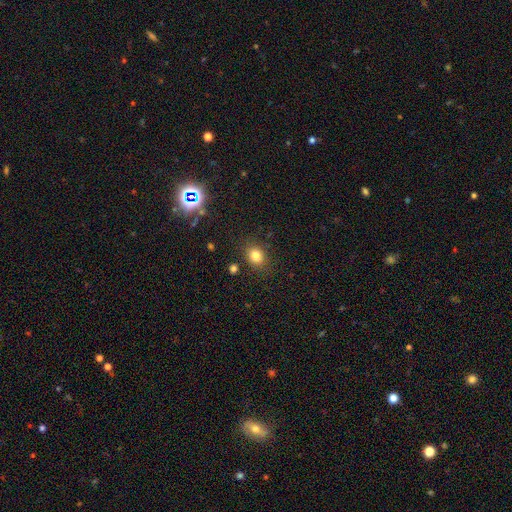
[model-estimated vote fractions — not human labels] A smooth galaxy with no disk features (81%) that is round (54%).

Vote fractions:
- Smooth or featured? smooth: 81% / star or artifact: 12% / featured or disk: 6%
- How rounded? round: 54% / in between: 45% / cigar-shaped: 1%
- Merging? none: 83% / minor disturbance: 11% / major disturbance: 3% / merger: 3%